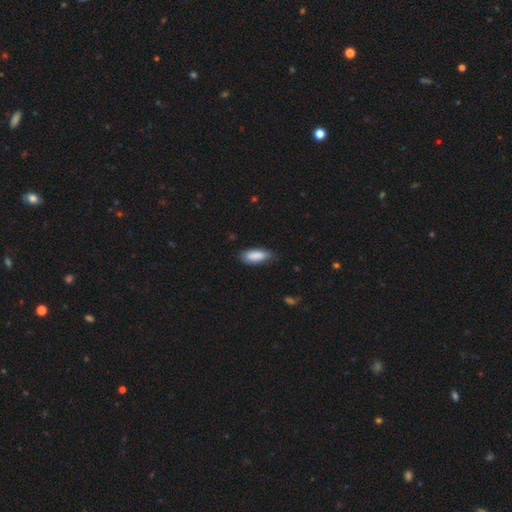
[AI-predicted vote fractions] A smooth galaxy with no disk features (87%) that is in between round and cigar-shaped (71%). Merging: none (72%).